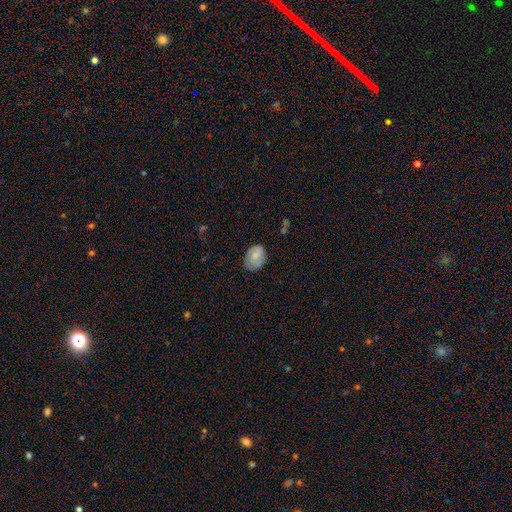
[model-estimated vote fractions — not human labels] smooth_or_featured: smooth (p=0.64) [alt: featured or disk p=0.29]
how_rounded: in between (p=0.74) [alt: round p=0.25]
merging: none (p=0.67) [alt: minor disturbance p=0.25]